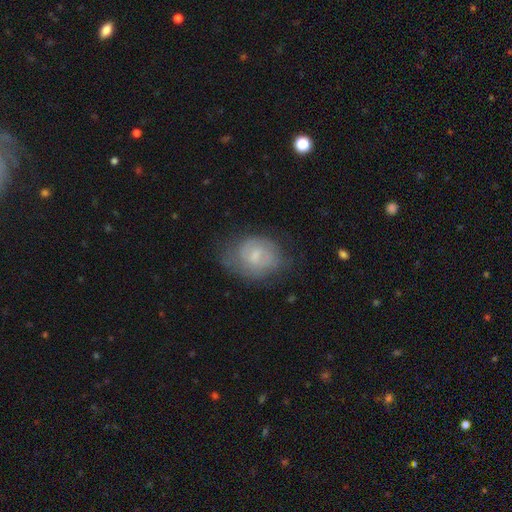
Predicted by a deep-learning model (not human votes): Overall: smooth (46%; featured or disk 45%). Merging: none (57%; minor disturbance 28%).